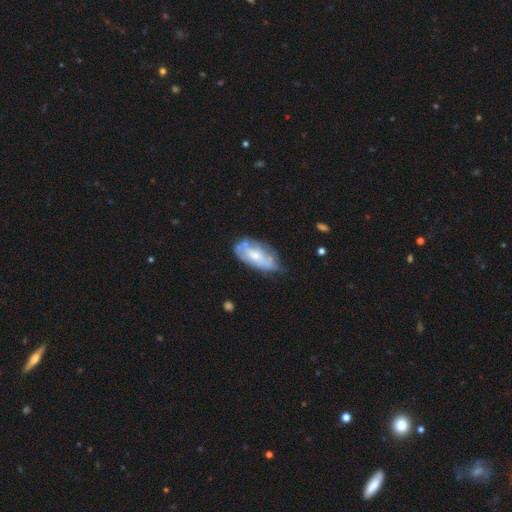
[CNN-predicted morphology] Smooth or featured? Predicted: featured or disk (p=0.52). Edge-on disk? Predicted: no (p=0.90). Merging? Predicted: none (p=0.49).